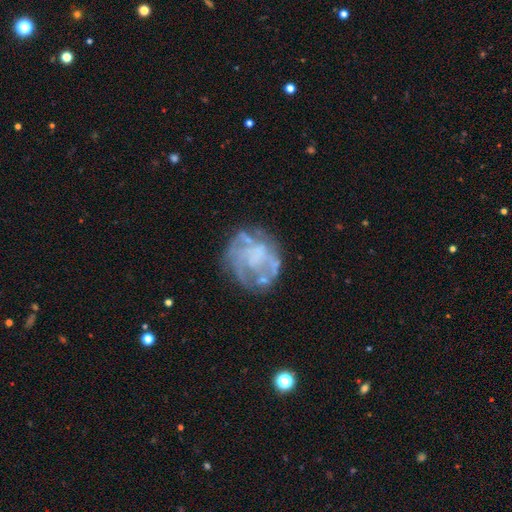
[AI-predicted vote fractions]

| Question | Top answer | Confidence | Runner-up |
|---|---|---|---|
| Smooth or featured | featured or disk | 70% | smooth (20%) |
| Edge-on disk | no | 98% | yes (2%) |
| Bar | no | 83% | weak (14%) |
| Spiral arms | no | 62% | yes (38%) |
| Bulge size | none | 68% | small (14%) |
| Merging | none | 57% | minor disturbance (20%) |